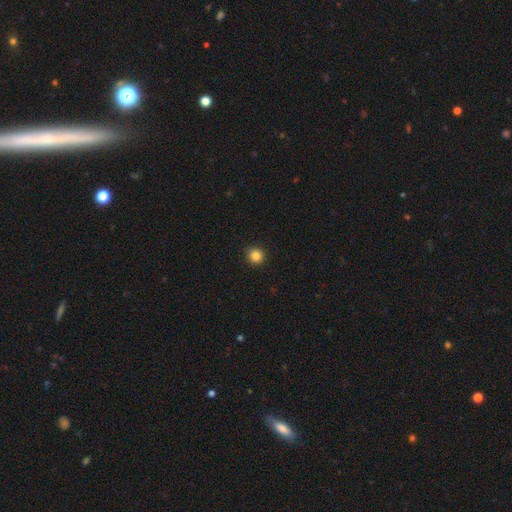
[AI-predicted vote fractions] smooth 85%, star or artifact 11%, featured or disk 4%. Down the decision tree: how rounded — round (93%); merging — none (91%).